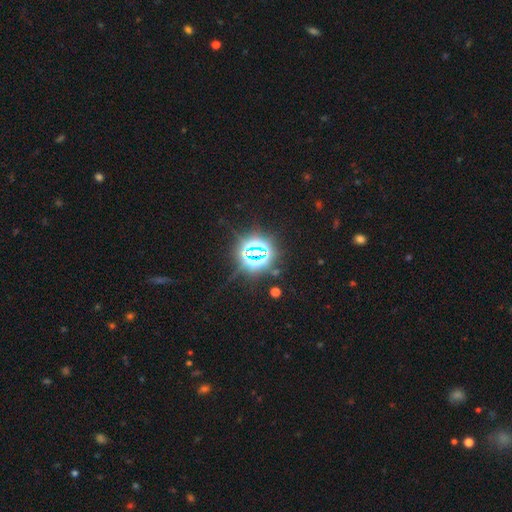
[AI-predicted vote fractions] Smooth or featured? Predicted: star or artifact (p=0.79).